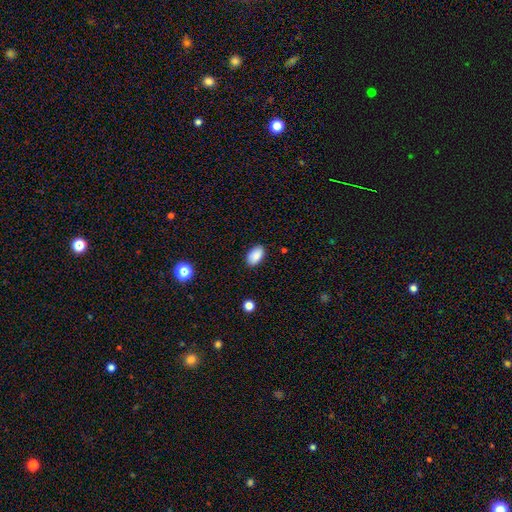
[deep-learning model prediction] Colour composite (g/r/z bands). It shows a smooth galaxy with no disk features (88%) that is in between round and cigar-shaped (93%). Merging: none (87%).